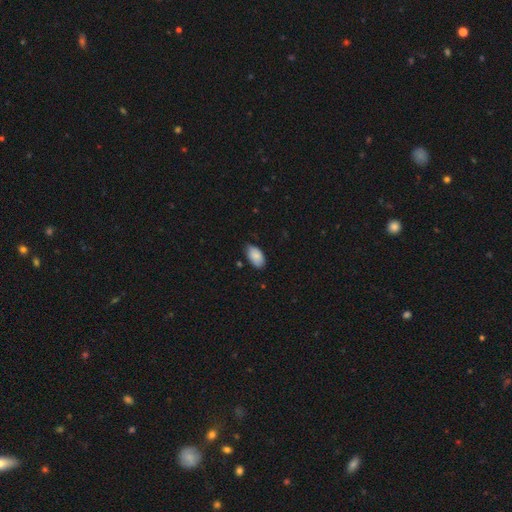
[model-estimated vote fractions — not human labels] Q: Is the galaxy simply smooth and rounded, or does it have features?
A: smooth — 87%.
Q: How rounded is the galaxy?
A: in between — 95%.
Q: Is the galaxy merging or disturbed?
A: none — 71%.